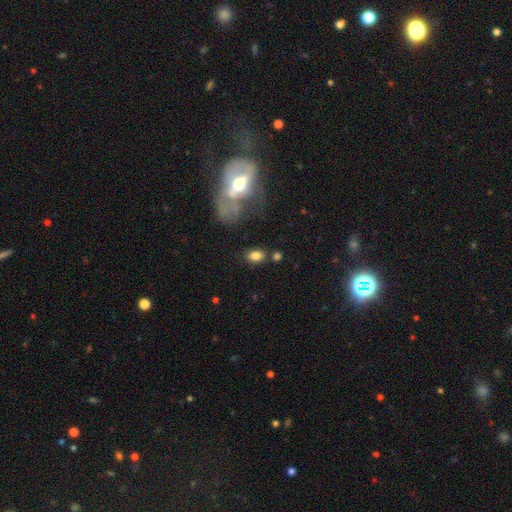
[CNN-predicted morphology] This is likely a smooth galaxy (79%). How rounded: clearly in between (85%). Merging: likely none (73%).